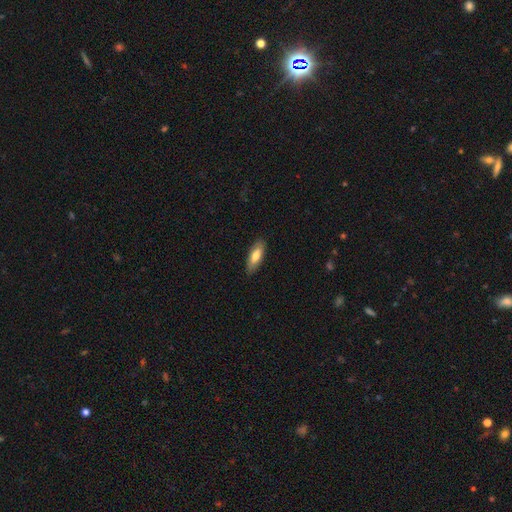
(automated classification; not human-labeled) The model was most divided on "how rounded": in between: 68%, cigar-shaped: 30%, round: 2%. More confident: merging — none (86%); smooth or featured — smooth (74%).